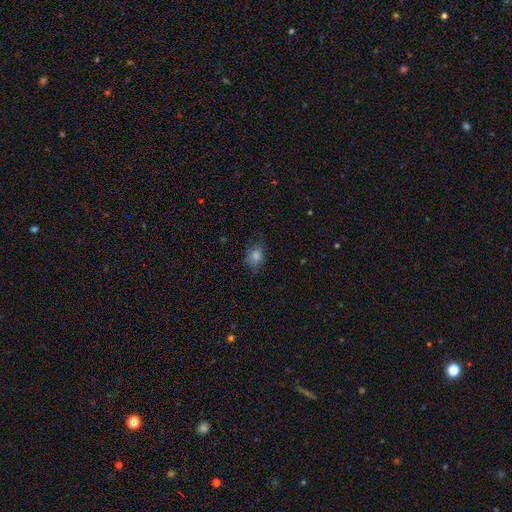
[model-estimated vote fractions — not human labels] The model was most divided on "how rounded": in between: 65%, round: 33%, cigar-shaped: 2%. More confident: smooth or featured — smooth (73%); merging — none (71%).